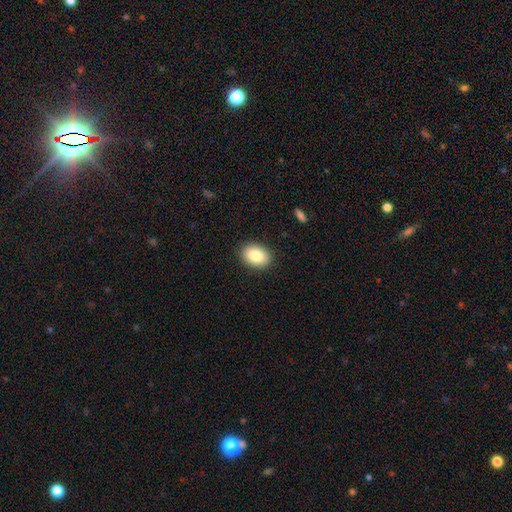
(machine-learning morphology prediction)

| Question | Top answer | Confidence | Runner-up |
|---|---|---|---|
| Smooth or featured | smooth | 86% | star or artifact (7%) |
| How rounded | in between | 82% | round (17%) |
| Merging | none | 89% | minor disturbance (8%) |